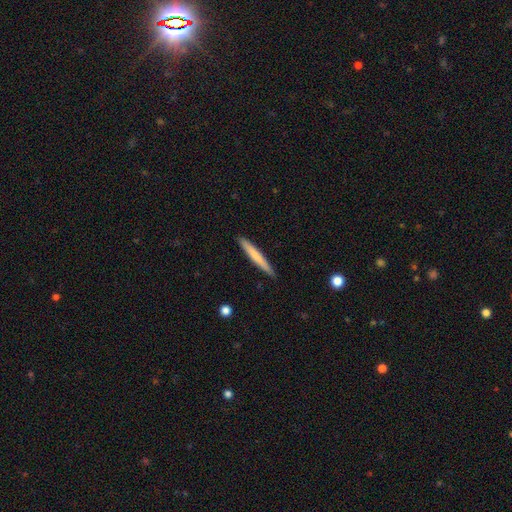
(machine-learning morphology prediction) A smooth galaxy with no disk features (66%) that is cigar-shaped (96%). Merging: none (90%).